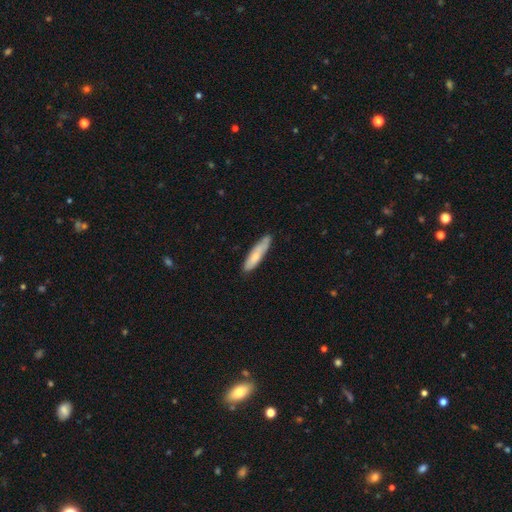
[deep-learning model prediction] This is likely a smooth galaxy (72%). How rounded: likely cigar-shaped (78%). Merging: likely none (76%).